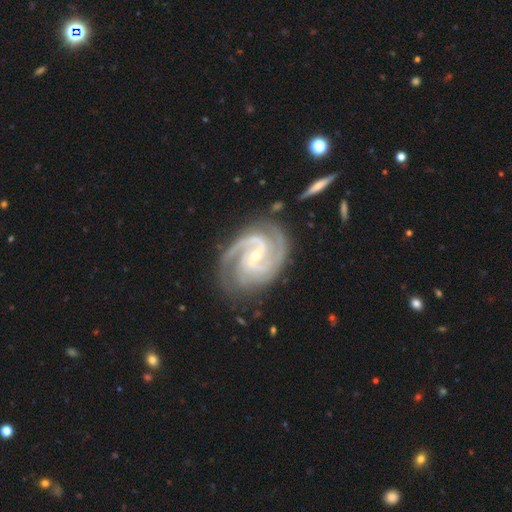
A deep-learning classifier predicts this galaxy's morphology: smooth-or-featured: featured or disk: 93% | star or artifact: 4% | smooth: 3%
  disk-edge-on: no: 98% | yes: 2%
    bar: weak: 41% | no: 37% | strong: 22%
    has-spiral-arms: yes: 99% | no: 1%
      spiral-winding: medium: 49% | tight: 44% | loose: 6%
      spiral-arm-count: 2: 57% | 3: 27% | can't tell: 5% | 4: 5% | 1: 3% | more than 4: 3%
    bulge-size: small: 68% | moderate: 29% | large: 1% | none: 1% | dominant: 1%
  merging: none: 73% | minor disturbance: 18% | major disturbance: 7% | merger: 2%